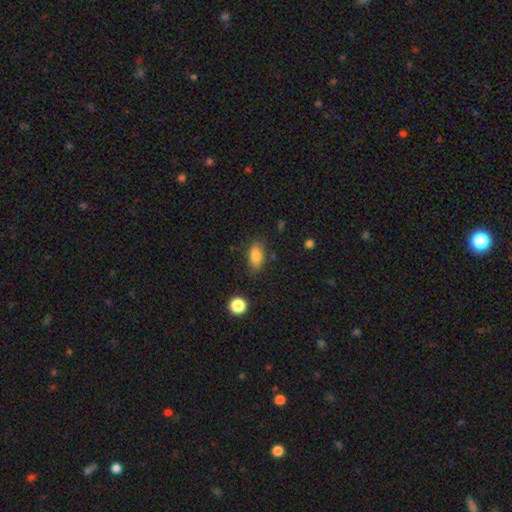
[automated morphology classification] Smooth or featured: smooth — 83% (star or artifact — 9%)
How rounded: in between — 88% (round — 7%)
Merging: none — 80% (minor disturbance — 14%)